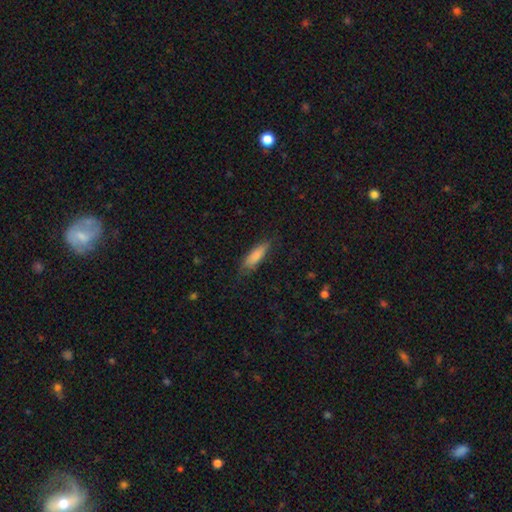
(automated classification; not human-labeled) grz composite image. It shows a smooth galaxy with no disk features (83%) that is in between round and cigar-shaped (49%, tied with cigar-shaped). Merging: none (74%).